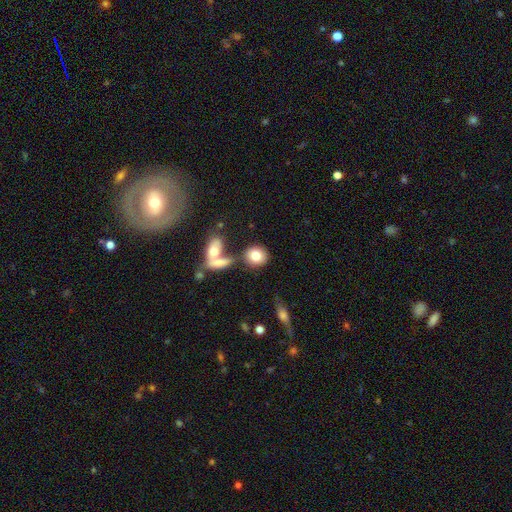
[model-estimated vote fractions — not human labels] The model was most divided on "how rounded": round: 67%, in between: 31%, cigar-shaped: 2%. More confident: smooth or featured — smooth (80%); merging — none (64%).